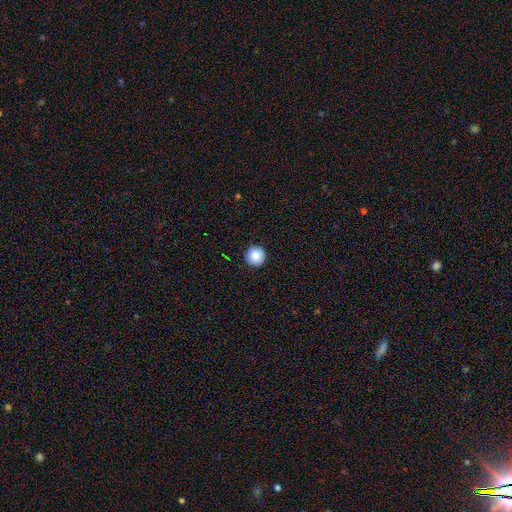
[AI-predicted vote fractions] Smooth or featured? smooth (86%)
How rounded? round (96%)
Merging? none (91%)